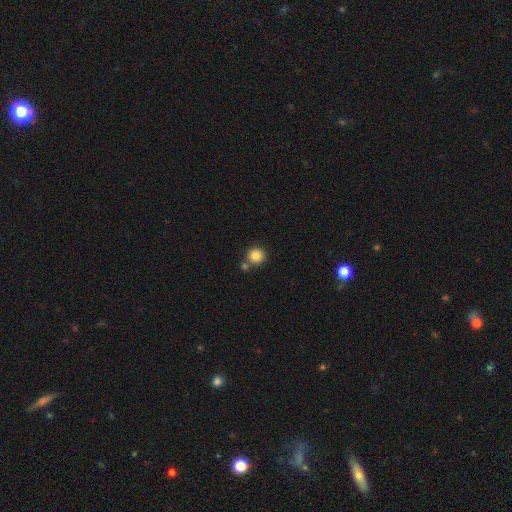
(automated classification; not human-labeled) Q: Smooth or featured?
A: smooth (84%); runner-up: star or artifact (10%)
Q: How rounded?
A: round (93%); runner-up: in between (6%)
Q: Merging?
A: none (70%); runner-up: merger (19%)